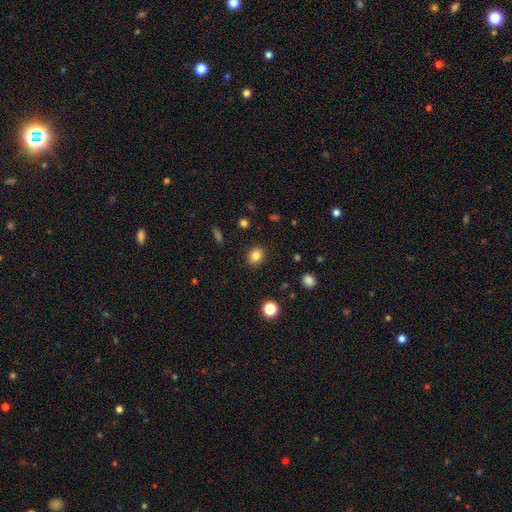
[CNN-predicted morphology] Overall: smooth (83%). How rounded: round (54%; in between 45%). Merging: none (89%).